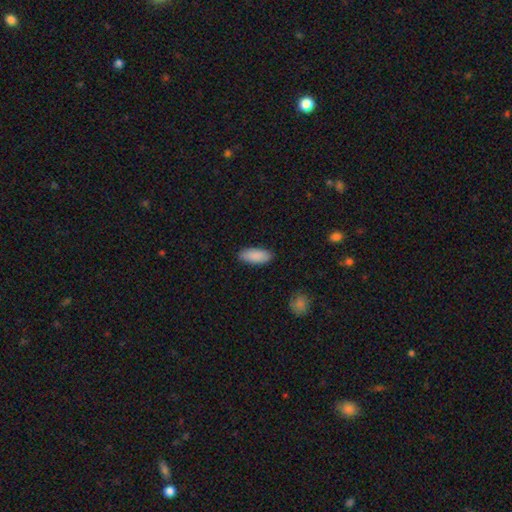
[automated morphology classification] Overall: smooth (90%). How rounded: in between (82%). Merging: none (88%).